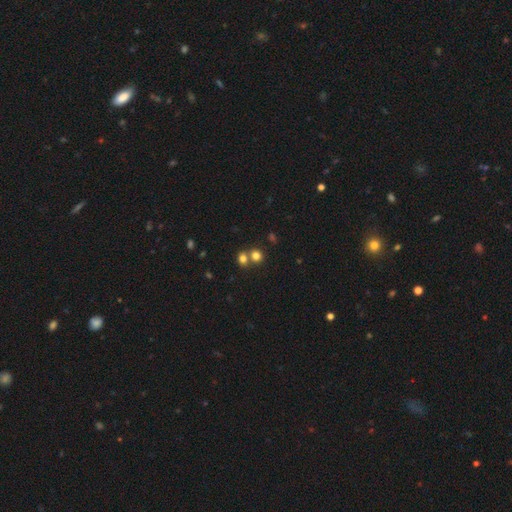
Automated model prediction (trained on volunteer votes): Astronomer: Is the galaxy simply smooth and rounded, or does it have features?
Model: smooth — 77%.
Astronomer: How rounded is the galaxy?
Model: round — 81%.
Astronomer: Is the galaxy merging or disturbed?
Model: none — 51% (runner-up: merger, 40%).